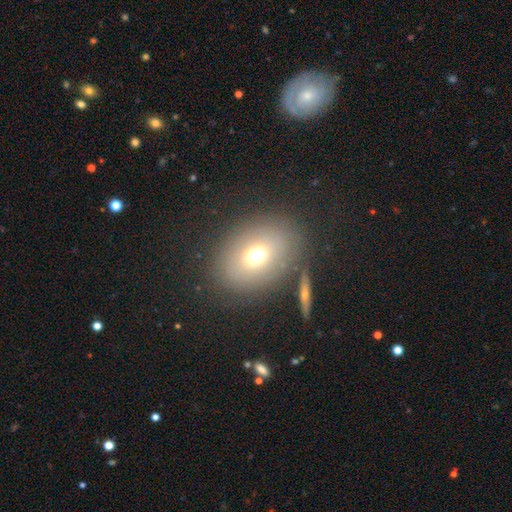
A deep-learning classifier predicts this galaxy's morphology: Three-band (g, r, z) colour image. It shows a smooth galaxy with no disk features (66%) that is in between round and cigar-shaped (65%). Merging: none (76%).